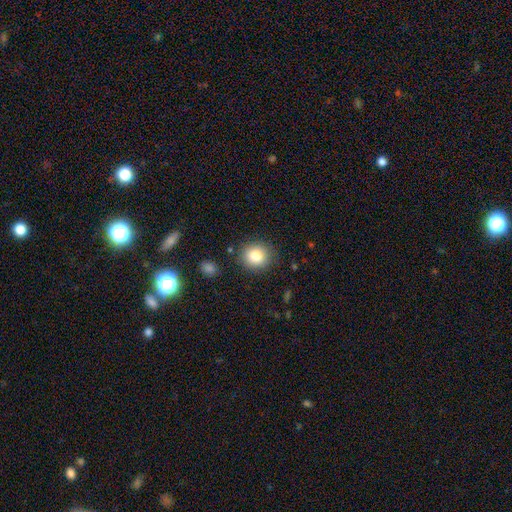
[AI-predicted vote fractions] Morphology: type=smooth (81%); roundness=round (85%); merging=none (87%).